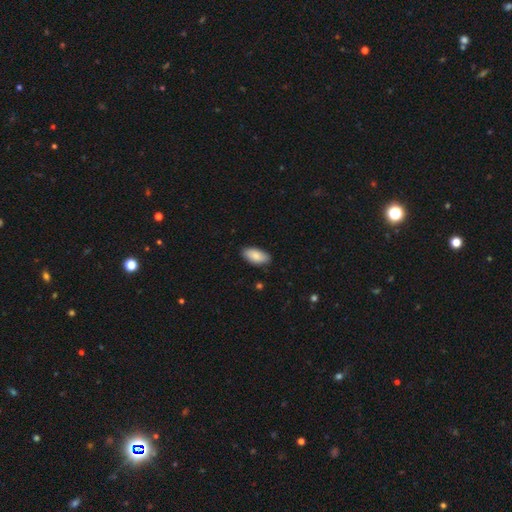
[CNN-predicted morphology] This is clearly a smooth galaxy (86%). How rounded: clearly in between (93%). Merging: clearly none (87%).